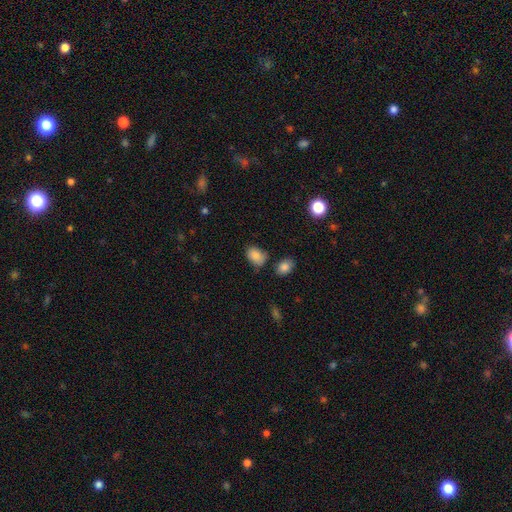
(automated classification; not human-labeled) smooth 84%, star or artifact 9%, featured or disk 6%. Down the decision tree: how rounded — in between (77%); merging — none (64%).